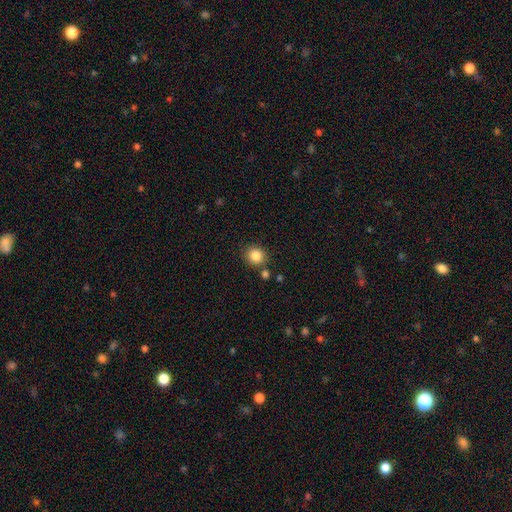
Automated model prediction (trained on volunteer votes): Q: Smooth or featured?
A: smooth (85%); runner-up: star or artifact (10%)
Q: How rounded?
A: round (83%); runner-up: in between (16%)
Q: Merging?
A: none (81%); runner-up: minor disturbance (9%)